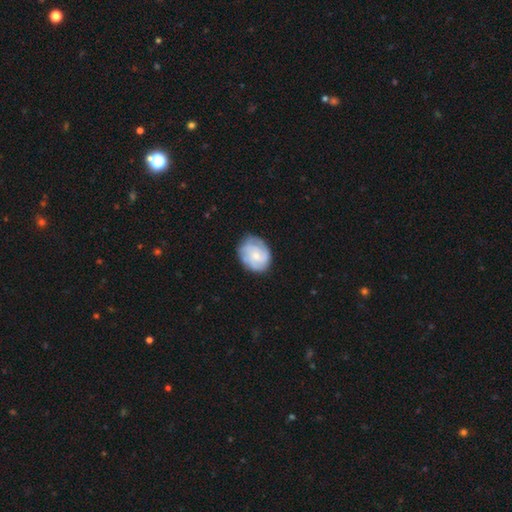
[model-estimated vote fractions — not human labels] smooth-or-featured: featured or disk: 64% | smooth: 30% | star or artifact: 6%
  disk-edge-on: no: 98% | yes: 2%
    bar: no: 73% | weak: 24% | strong: 3%
    has-spiral-arms: yes: 90% | no: 10%
      spiral-winding: tight: 57% | medium: 33% | loose: 10%
      spiral-arm-count: can't tell: 34% | 3: 27% | 4: 15% | 2: 13% | more than 4: 5% | 1: 5%
    bulge-size: small: 58% | moderate: 35% | none: 4% | large: 2% | dominant: 1%
  merging: none: 75% | minor disturbance: 19% | major disturbance: 5% | merger: 1%